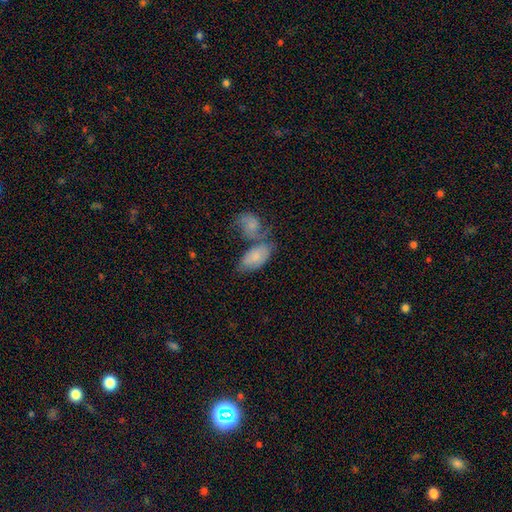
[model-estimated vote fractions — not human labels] smooth_or_featured: smooth (p=0.69) [alt: featured or disk p=0.23]
how_rounded: in between (p=0.92) [alt: round p=0.05]
merging: merger (p=0.50) [alt: none p=0.27]